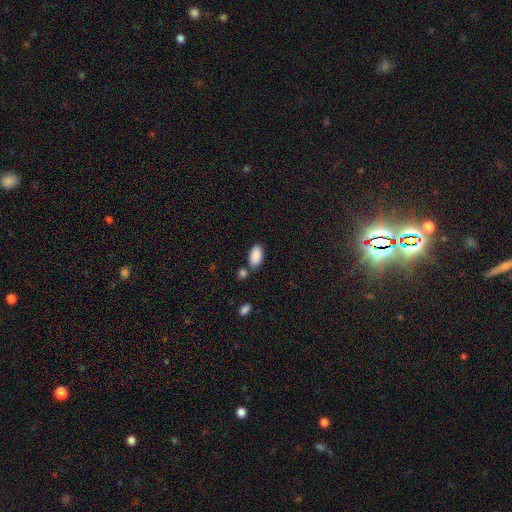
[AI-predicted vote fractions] smooth 89%, star or artifact 7%, featured or disk 4%. Down the decision tree: how rounded — in between (94%); merging — none (70%).